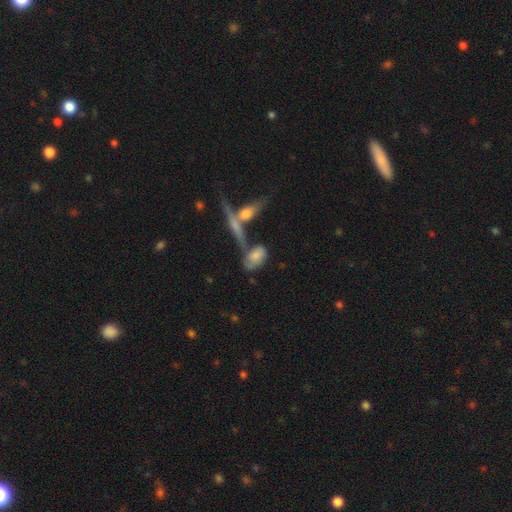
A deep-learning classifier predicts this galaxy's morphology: A smooth galaxy with no disk features (68%) that is in between round and cigar-shaped (84%).

Vote fractions:
- Smooth or featured? smooth: 68% / featured or disk: 24% / star or artifact: 8%
- How rounded? in between: 84% / cigar-shaped: 9% / round: 8%
- Merging? none: 37% / merger: 30% / minor disturbance: 20% / major disturbance: 13%